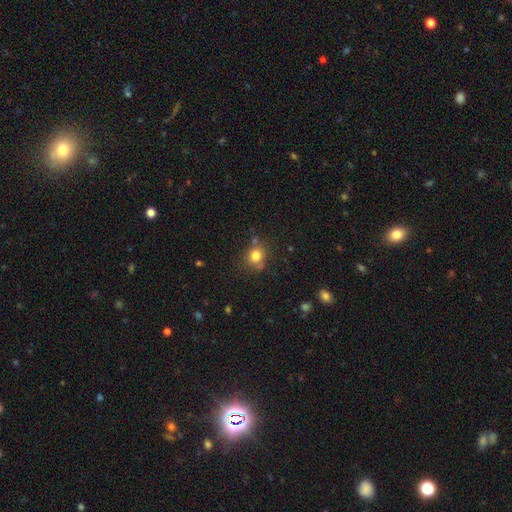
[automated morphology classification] This appears to be a smooth galaxy with no disk features (79%) that is round (82%). Merging: none (71%).